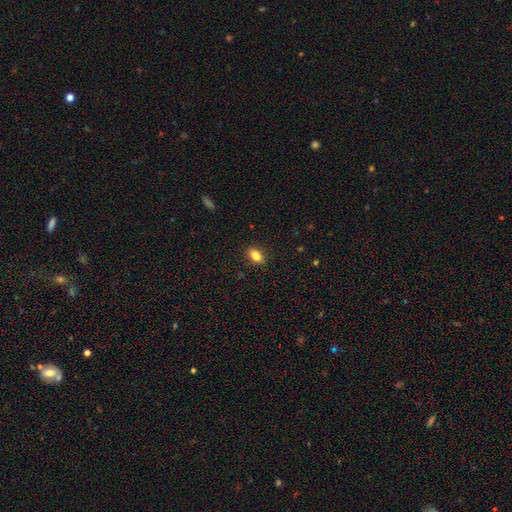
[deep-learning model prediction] A smooth galaxy with no disk features (83%) that is in between round and cigar-shaped (84%). Merging: none (89%).